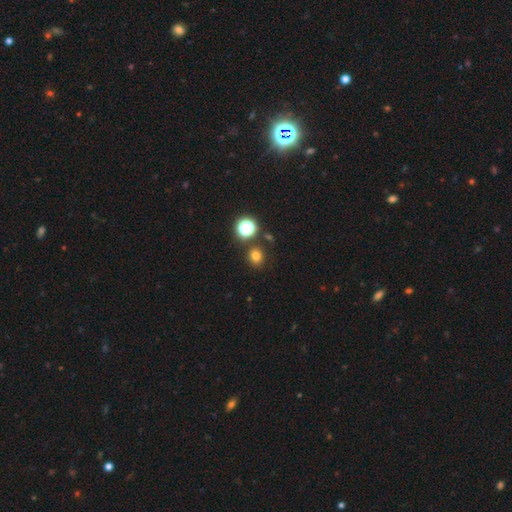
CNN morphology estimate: smooth_or_featured: smooth (p=0.74) [alt: star or artifact p=0.19]
how_rounded: round (p=0.85) [alt: in between p=0.14]
merging: none (p=0.83) [alt: minor disturbance p=0.08]